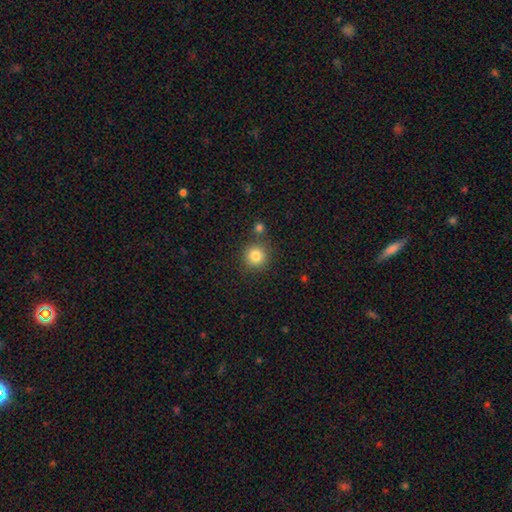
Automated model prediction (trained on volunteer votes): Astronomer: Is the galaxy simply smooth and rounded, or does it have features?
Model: smooth — 83%.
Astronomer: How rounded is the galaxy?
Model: round — 94%.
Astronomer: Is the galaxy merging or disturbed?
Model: none — 80%.